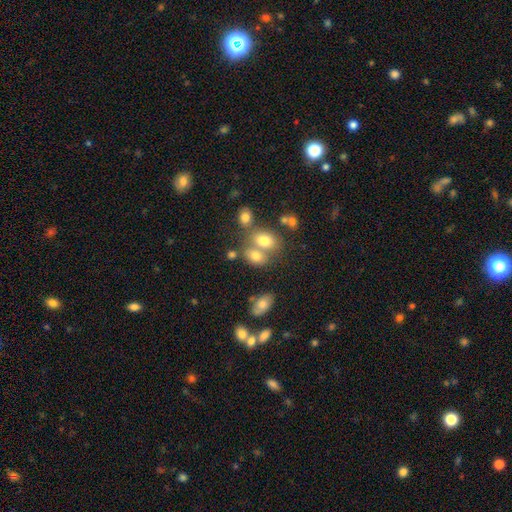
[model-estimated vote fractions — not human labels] A smooth galaxy with no disk features (73%) that is in between round and cigar-shaped (72%). Merging: merger (45%).